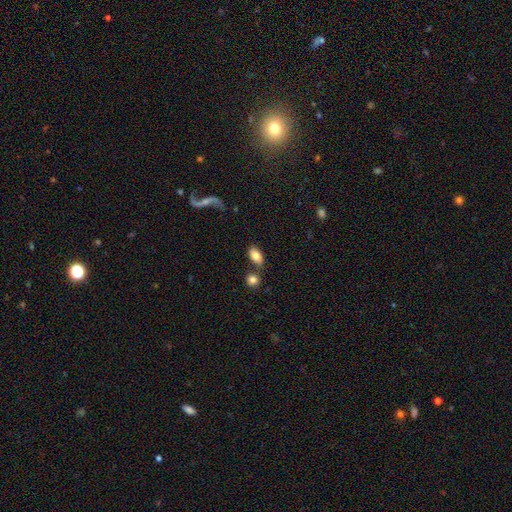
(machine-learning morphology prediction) smooth-or-featured: smooth: 80% | featured or disk: 12% | star or artifact: 8%
  how-rounded: in between: 90% | round: 7% | cigar-shaped: 3%
  merging: none: 67% | merger: 17% | minor disturbance: 12% | major disturbance: 4%